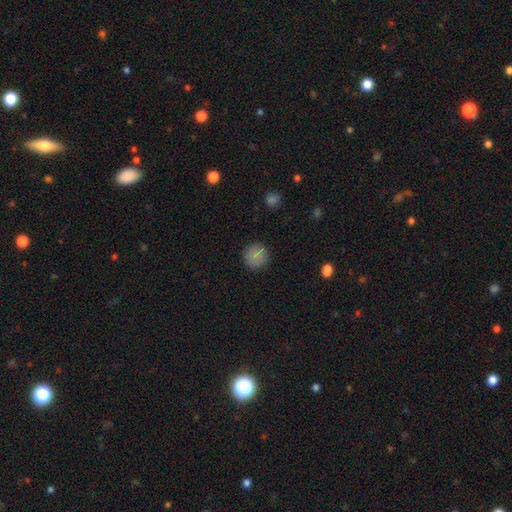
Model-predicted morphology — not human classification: Q: Smooth or featured?
A: smooth (83%); runner-up: star or artifact (10%)
Q: How rounded?
A: round (92%); runner-up: in between (7%)
Q: Merging?
A: none (87%); runner-up: minor disturbance (9%)